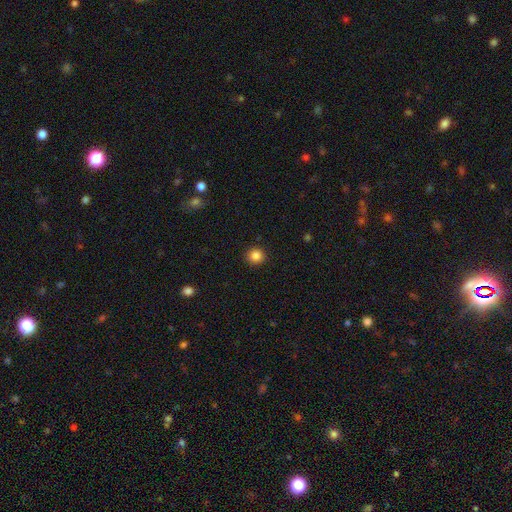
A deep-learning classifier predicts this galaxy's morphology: type=smooth (85%); roundness=round (91%); merging=none (91%).